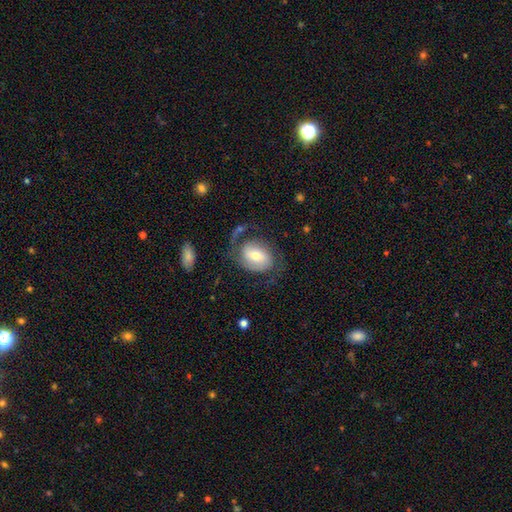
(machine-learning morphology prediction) Smooth or featured: featured or disk — 60% (smooth — 33%)
Edge-on disk: no — 96% (yes — 4%)
Bar: no — 40% (tied with weak — 40%)
Spiral arms: yes — 85% (no — 15%)
Bulge size: moderate — 60% (small — 28%)
Merging: none — 52% (major disturbance — 26%)